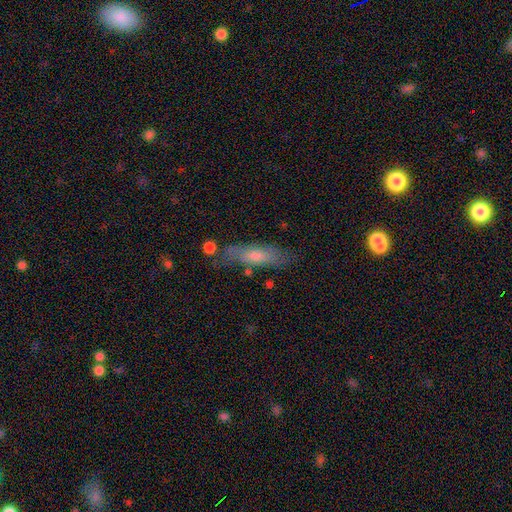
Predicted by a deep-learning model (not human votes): Smooth or featured? Predicted: smooth (p=0.57). How rounded? Predicted: cigar-shaped (p=0.63). Merging? Predicted: none (p=0.67).